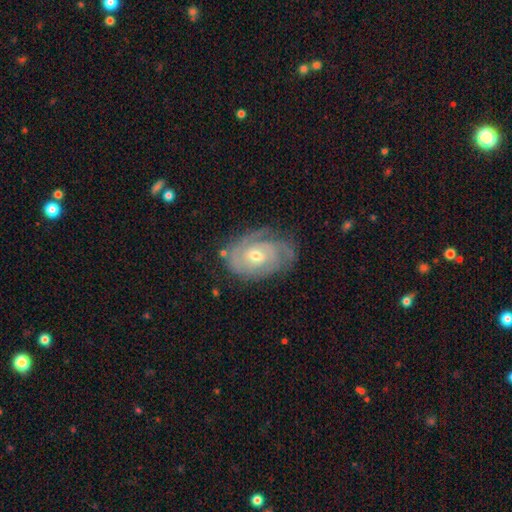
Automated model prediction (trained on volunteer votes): Smooth or featured? Predicted: featured or disk (p=0.83). Edge-on disk? Predicted: no (p=0.96). Bar? Predicted: no (p=0.64). Spiral arms? Predicted: yes (p=0.93). Spiral winding? Predicted: tight (p=0.71). Spiral arm count? Predicted: can't tell (p=0.34). Bulge size? Predicted: moderate (p=0.58). Merging? Predicted: none (p=0.68).